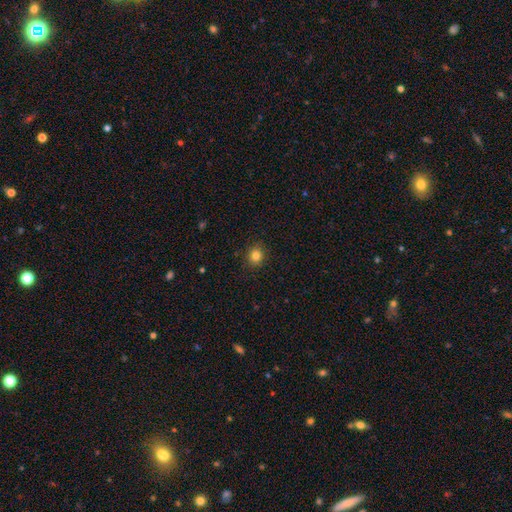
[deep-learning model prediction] This appears to be a smooth galaxy with no disk features (83%) that is round (81%). Merging: none (90%).